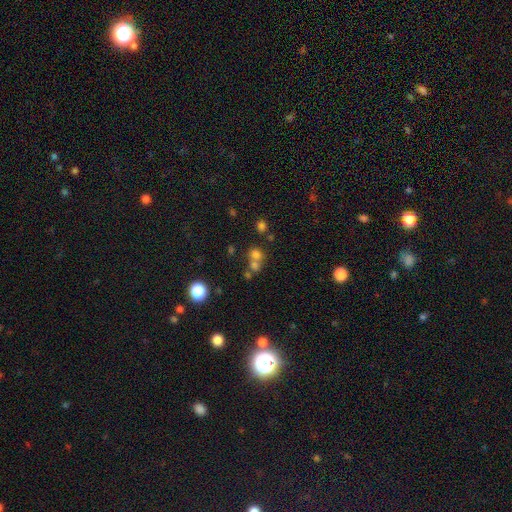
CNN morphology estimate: A smooth galaxy with no disk features (67%) that is round (76%). Merging: merger (45%).